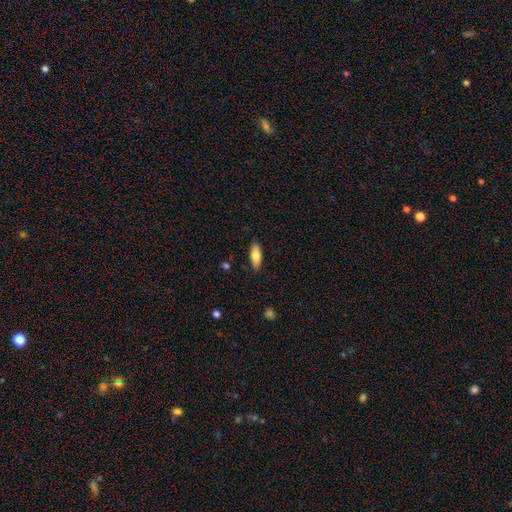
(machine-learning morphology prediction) Overall: smooth (78%). How rounded: in between (75%). Merging: none (86%).